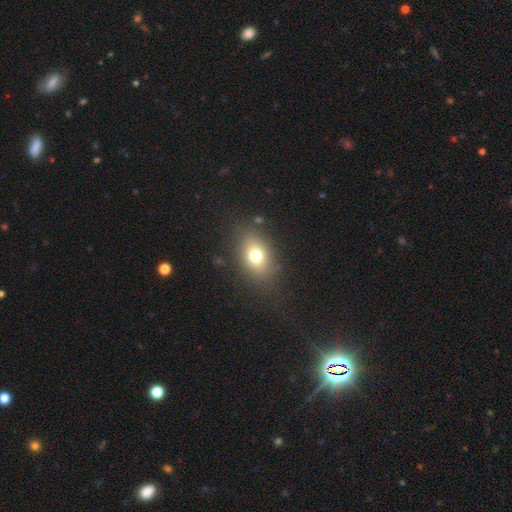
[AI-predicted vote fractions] Smooth or featured: smooth — 73% (featured or disk — 15%)
How rounded: in between — 72% (round — 26%)
Merging: none — 80% (minor disturbance — 13%)